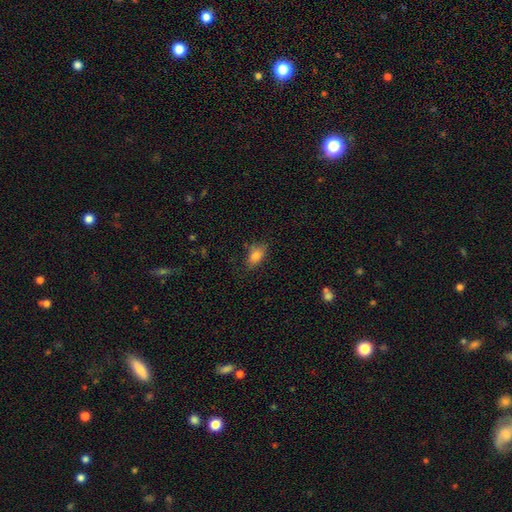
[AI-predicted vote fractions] Smooth or featured? Predicted: smooth (p=0.82). How rounded? Predicted: in between (p=0.85). Merging? Predicted: none (p=0.74).